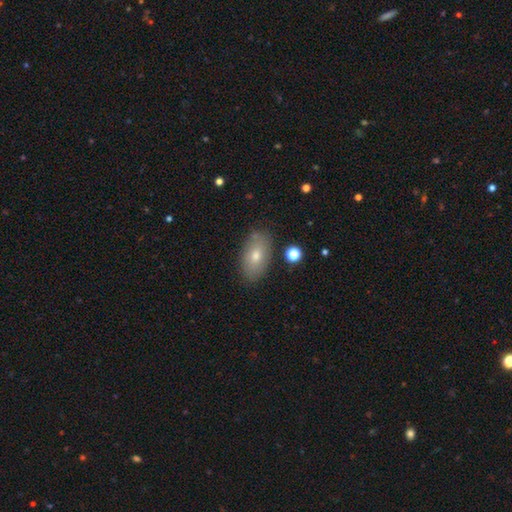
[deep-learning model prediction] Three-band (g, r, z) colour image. It shows a smooth galaxy with no disk features (68%) that is in between round and cigar-shaped (92%). Merging: none (84%).